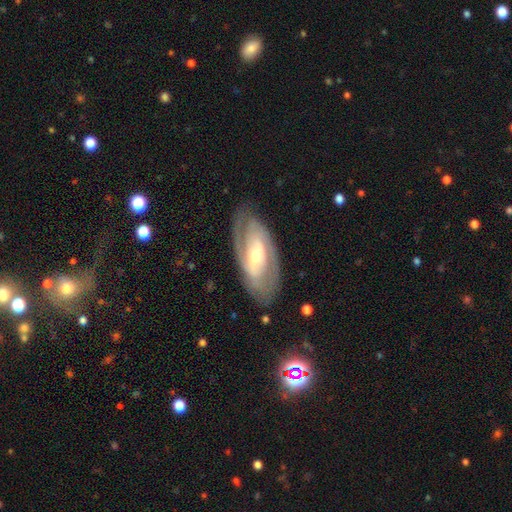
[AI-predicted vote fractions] Morphology: type=featured or disk (82%); edge-on=no (92%); bar=strong (36%); spiral arms=yes (88%); winding=tight (53%); arm count=2 (70%); bulge=moderate (51%); merging=none (79%).